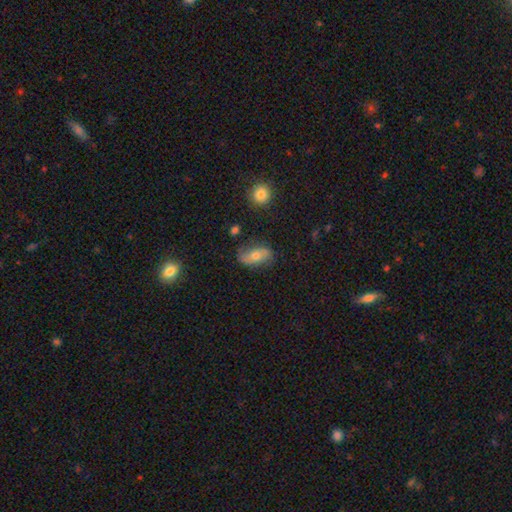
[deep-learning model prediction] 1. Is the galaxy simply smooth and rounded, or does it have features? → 52% smooth, 39% featured or disk, 8% star or artifact.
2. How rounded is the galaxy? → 86% in between, 7% round, 7% cigar-shaped.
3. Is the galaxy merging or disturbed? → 69% none, 21% minor disturbance, 7% major disturbance, 3% merger.